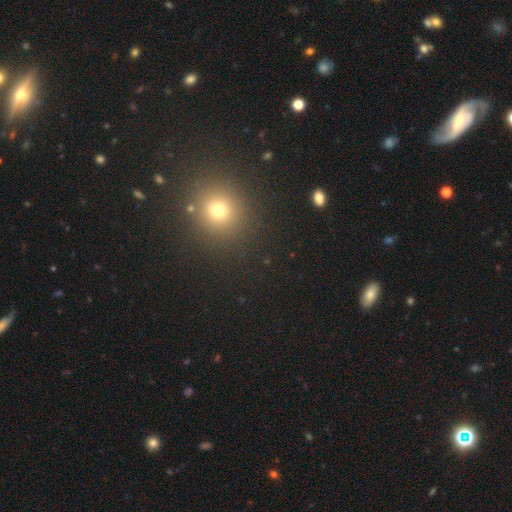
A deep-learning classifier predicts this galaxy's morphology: Q: Smooth or featured?
A: smooth (58%); runner-up: star or artifact (35%)
Q: How rounded?
A: round (88%); runner-up: in between (10%)
Q: Merging?
A: none (91%); runner-up: minor disturbance (5%)